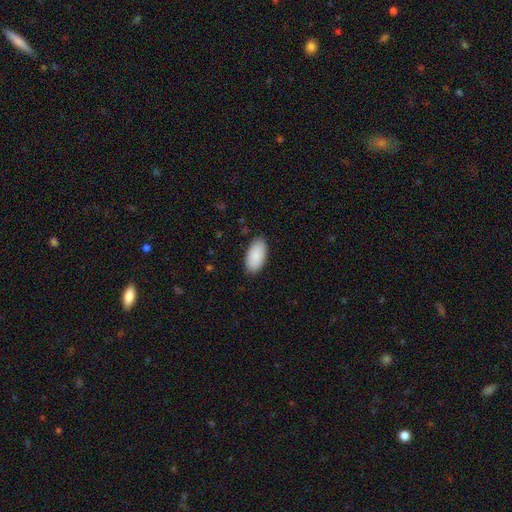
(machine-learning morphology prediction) This appears to be a smooth galaxy with no disk features (90%) that is in between round and cigar-shaped (96%). Merging: none (86%).